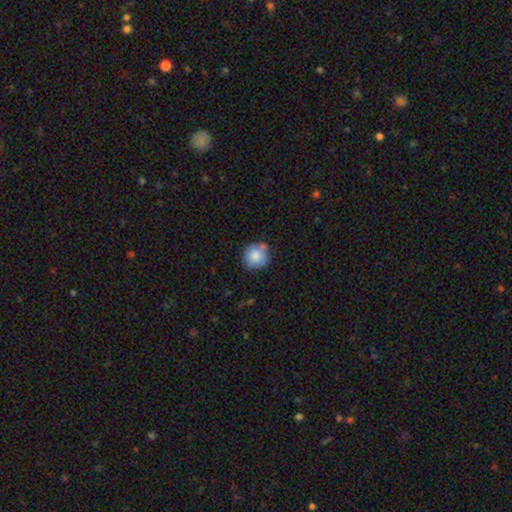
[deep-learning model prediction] The model was most divided on "merging": none: 75%, minor disturbance: 15%, merger: 7%, major disturbance: 3%. More confident: how rounded — round (93%); smooth or featured — smooth (84%).